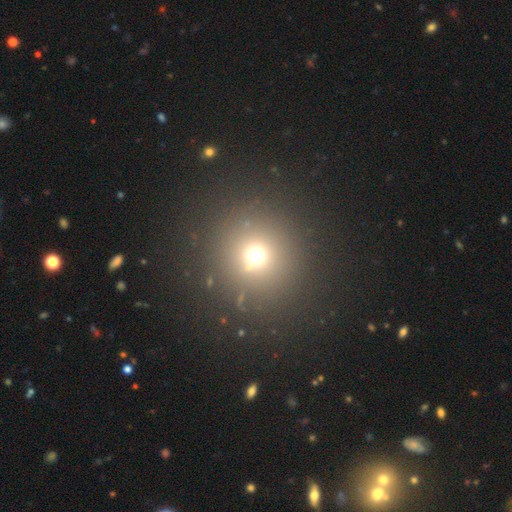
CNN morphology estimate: Overall: smooth (65%; star or artifact 25%). How rounded: round (93%). Merging: none (83%).